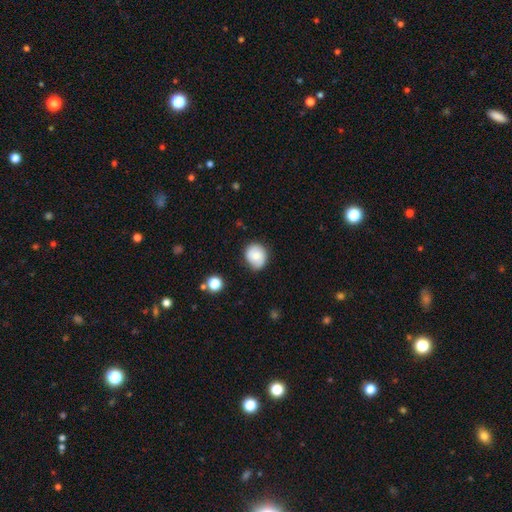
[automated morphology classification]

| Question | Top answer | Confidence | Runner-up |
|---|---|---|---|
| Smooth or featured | smooth | 73% | featured or disk (18%) |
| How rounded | round | 70% | in between (29%) |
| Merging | none | 78% | minor disturbance (17%) |